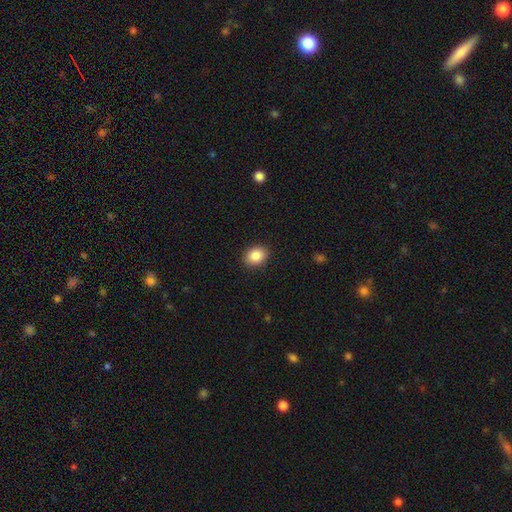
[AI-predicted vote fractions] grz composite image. It shows a smooth galaxy with no disk features (87%) that is round (51%). Merging: none (90%).